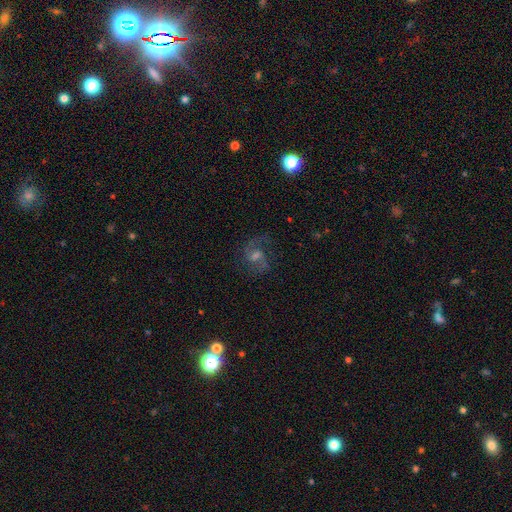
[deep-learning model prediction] The model was most divided on "bar": weak: 51%, no: 38%, strong: 11%. Remaining: edge-on disk — no (97%); spiral arms — yes (95%); spiral arm count — 2 (86%); smooth or featured — featured or disk (77%); merging — none (73%); spiral winding — medium (53%); bulge size — moderate (48%).